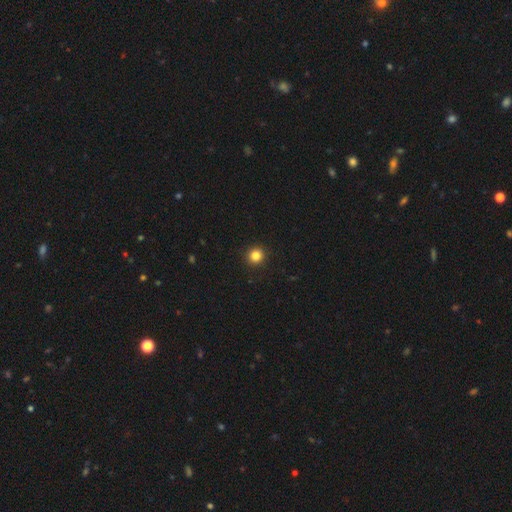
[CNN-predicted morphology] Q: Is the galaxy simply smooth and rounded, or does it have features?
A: smooth — 84%.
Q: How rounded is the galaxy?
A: round — 94%.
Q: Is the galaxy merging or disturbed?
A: none — 93%.